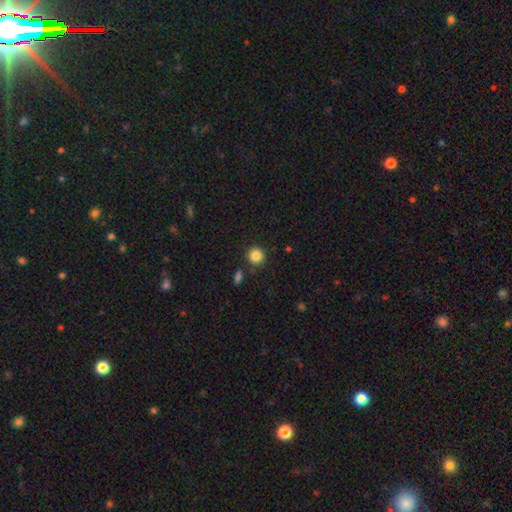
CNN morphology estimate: Smooth or featured? smooth (86%)
How rounded? round (92%)
Merging? none (86%)